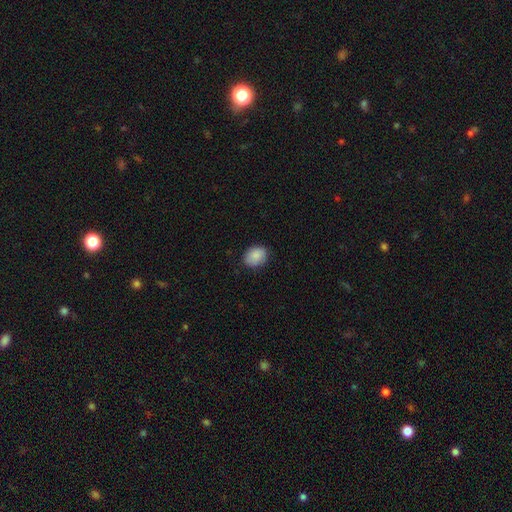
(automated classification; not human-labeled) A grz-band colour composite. It shows a smooth galaxy with no disk features (87%) that is in between round and cigar-shaped (54%). Merging: none (82%).